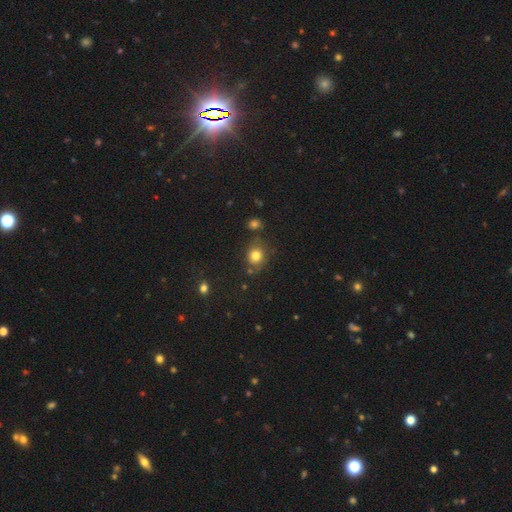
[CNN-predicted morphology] This appears to be a smooth galaxy with no disk features (79%) that is round (73%). Merging: none (73%).